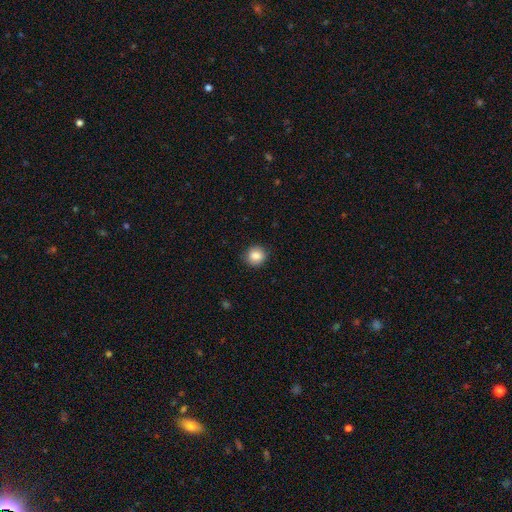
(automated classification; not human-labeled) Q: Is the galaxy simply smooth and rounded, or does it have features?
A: smooth — 86%.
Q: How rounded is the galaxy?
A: round — 86%.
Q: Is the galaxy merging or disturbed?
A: none — 88%.